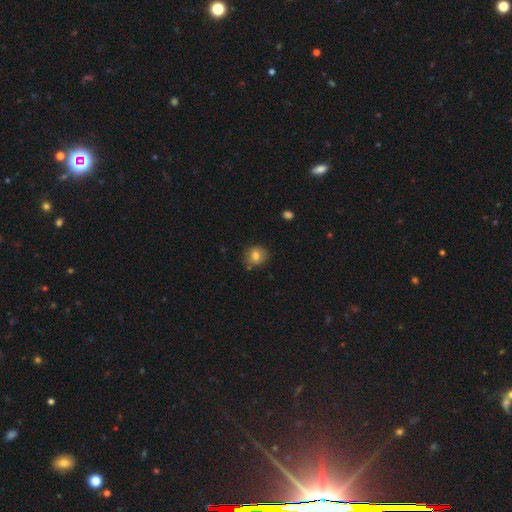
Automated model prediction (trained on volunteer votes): Smooth or featured? Predicted: smooth (p=0.79). How rounded? Predicted: round (p=0.74). Merging? Predicted: none (p=0.78).